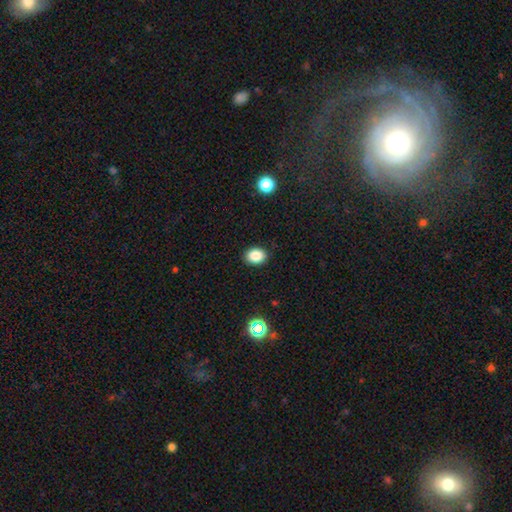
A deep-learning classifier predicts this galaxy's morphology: Q: Smooth or featured?
A: smooth (86%); runner-up: star or artifact (10%)
Q: How rounded?
A: in between (59%); runner-up: round (41%)
Q: Merging?
A: none (89%); runner-up: minor disturbance (8%)